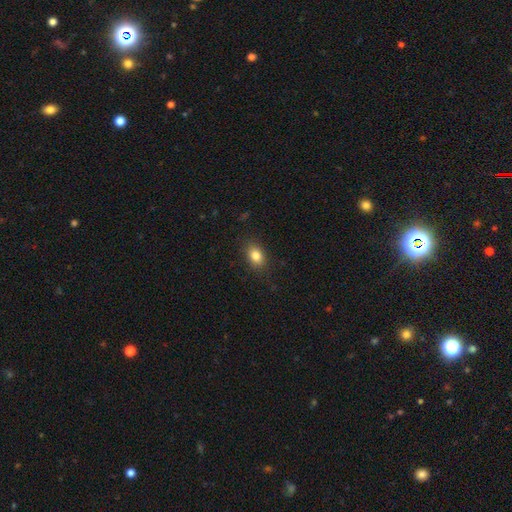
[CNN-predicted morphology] Q: Smooth or featured?
A: smooth (83%); runner-up: star or artifact (10%)
Q: How rounded?
A: in between (75%); runner-up: round (23%)
Q: Merging?
A: none (85%); runner-up: minor disturbance (11%)